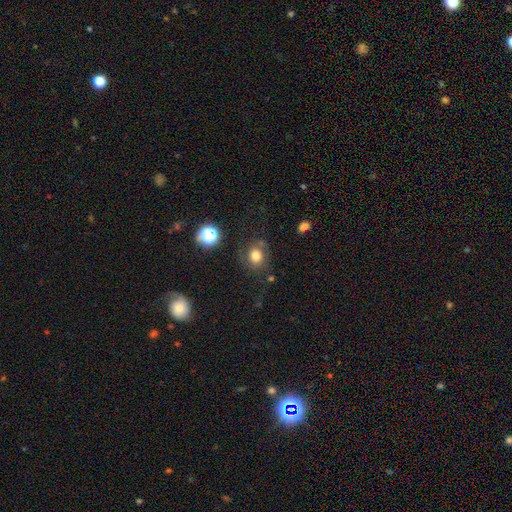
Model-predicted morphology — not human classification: Smooth or featured?
  - smooth: 72% *
  - star or artifact: 15%
  - featured or disk: 13%
How rounded?
  - round: 70% *
  - in between: 29%
  - cigar-shaped: 1%
Merging?
  - none: 70% *
  - minor disturbance: 18%
  - major disturbance: 8%
  - merger: 4%